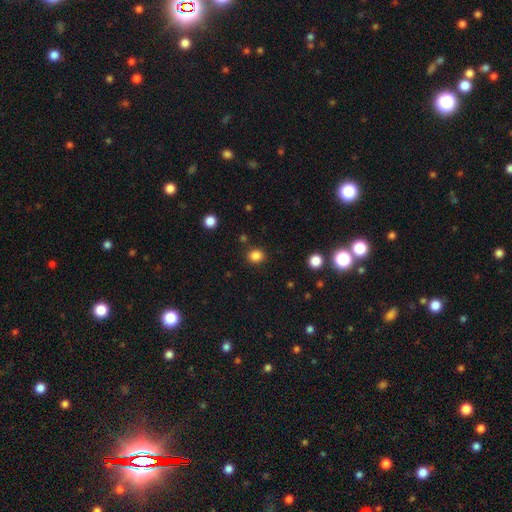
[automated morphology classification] Overall: smooth (85%). How rounded: round (73%). Merging: none (87%).